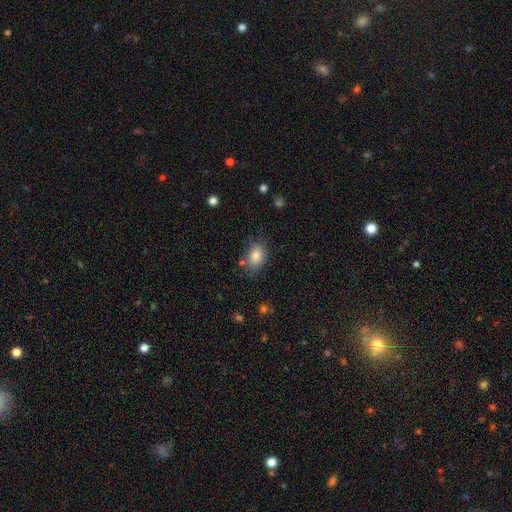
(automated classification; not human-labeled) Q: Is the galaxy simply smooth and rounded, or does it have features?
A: smooth — 84%.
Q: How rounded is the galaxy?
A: in between — 85%.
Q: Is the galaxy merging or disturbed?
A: none — 72%.